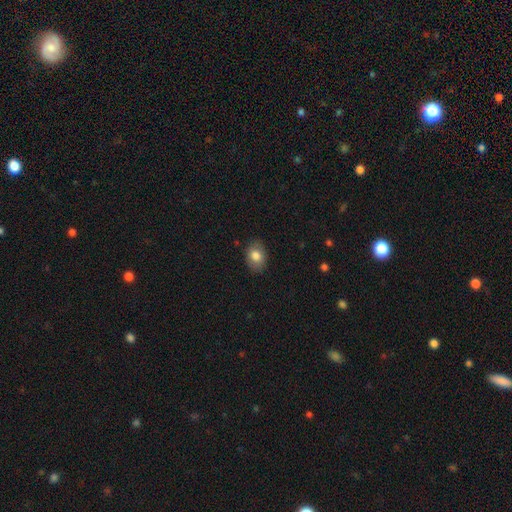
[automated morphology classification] This is clearly a smooth galaxy (81%). How rounded: likely in between (72%). Merging: clearly none (85%).